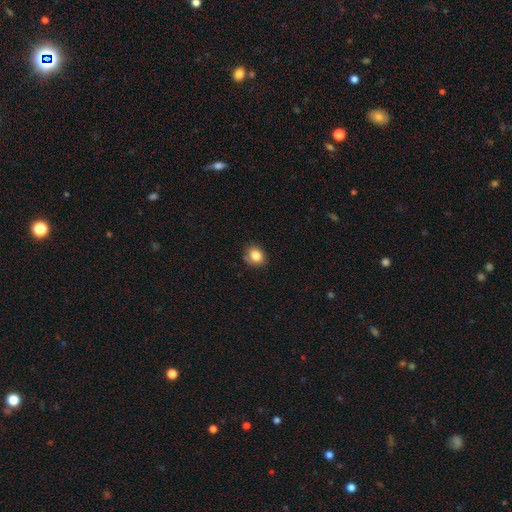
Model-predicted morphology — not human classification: type=smooth (84%); roundness=round (67%); merging=none (79%).